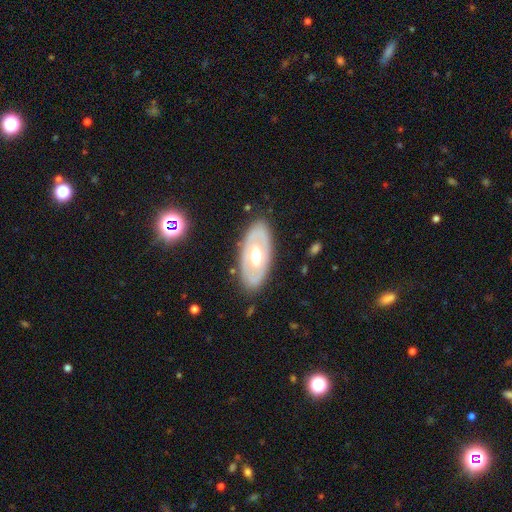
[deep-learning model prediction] smooth_or_featured: featured or disk (p=0.57) [alt: smooth p=0.38]
disk_edge_on: no (p=0.85) [alt: yes p=0.15]
merging: none (p=0.84) [alt: minor disturbance p=0.11]